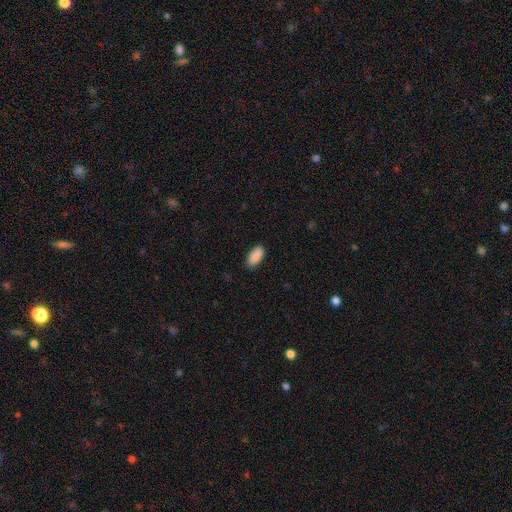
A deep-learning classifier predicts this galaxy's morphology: smooth-or-featured: smooth: 91% | star or artifact: 7% | featured or disk: 3%
  how-rounded: in between: 92% | cigar-shaped: 6% | round: 2%
  merging: none: 87% | minor disturbance: 10% | major disturbance: 2% | merger: 1%